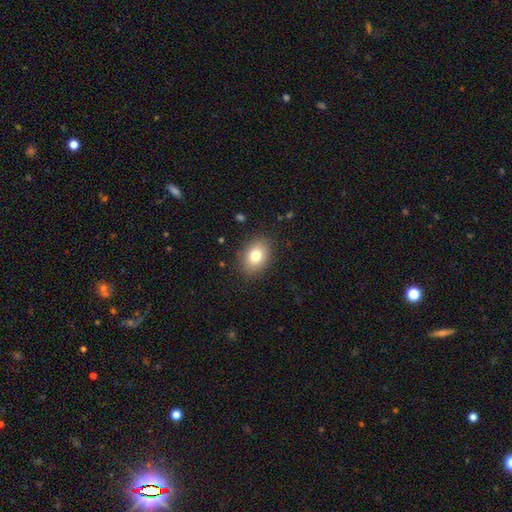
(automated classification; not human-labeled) Smooth or featured: smooth — 79% (featured or disk — 12%)
How rounded: in between — 70% (round — 29%)
Merging: none — 86% (minor disturbance — 10%)